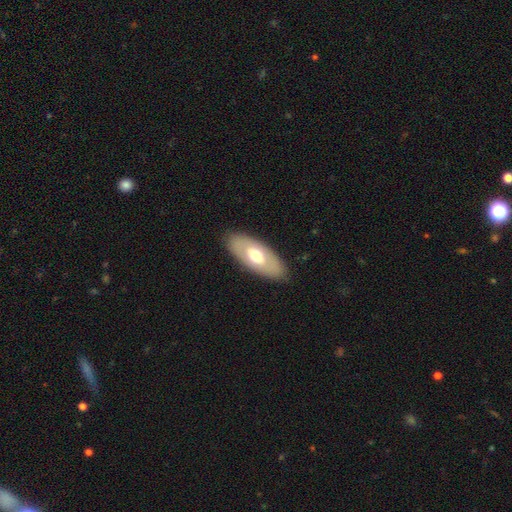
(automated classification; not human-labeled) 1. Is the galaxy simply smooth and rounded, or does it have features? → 53% smooth, 41% featured or disk, 5% star or artifact.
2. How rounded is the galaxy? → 89% in between, 8% cigar-shaped, 3% round.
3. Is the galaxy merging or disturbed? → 86% none, 10% minor disturbance, 3% major disturbance, 1% merger.